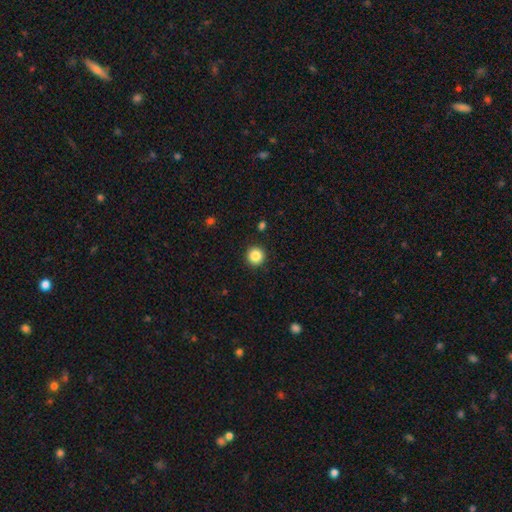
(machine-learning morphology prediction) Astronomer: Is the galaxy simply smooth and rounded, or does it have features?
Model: smooth — 86%.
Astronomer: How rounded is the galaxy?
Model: round — 95%.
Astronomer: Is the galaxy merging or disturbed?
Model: none — 92%.